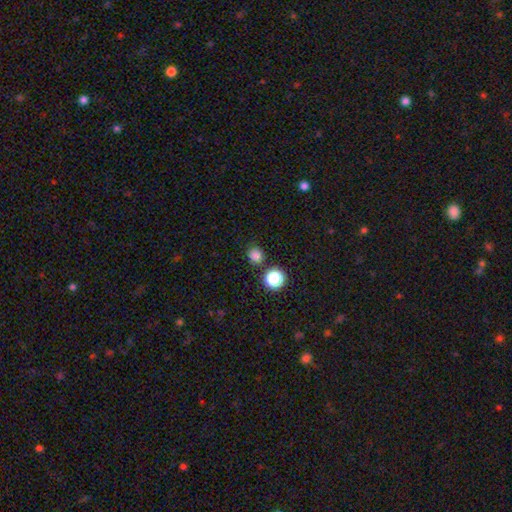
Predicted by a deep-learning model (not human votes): Overall: smooth (79%). How rounded: round (89%). Merging: none (84%).